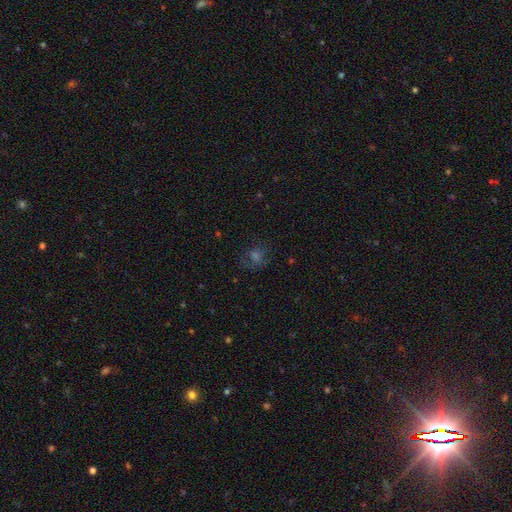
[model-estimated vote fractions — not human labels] A smooth galaxy with no disk features (47%).

Vote fractions:
- Smooth or featured? smooth: 47% / star or artifact: 33% / featured or disk: 20%
- Merging? none: 69% / minor disturbance: 17% / major disturbance: 12% / merger: 2%